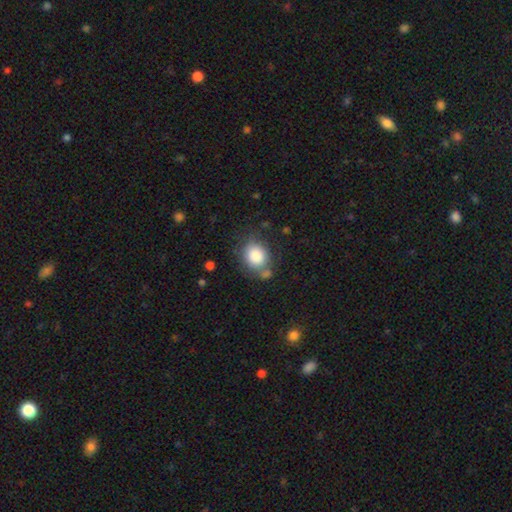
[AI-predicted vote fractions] Overall: smooth (83%). How rounded: round (64%; in between 35%). Merging: none (64%).